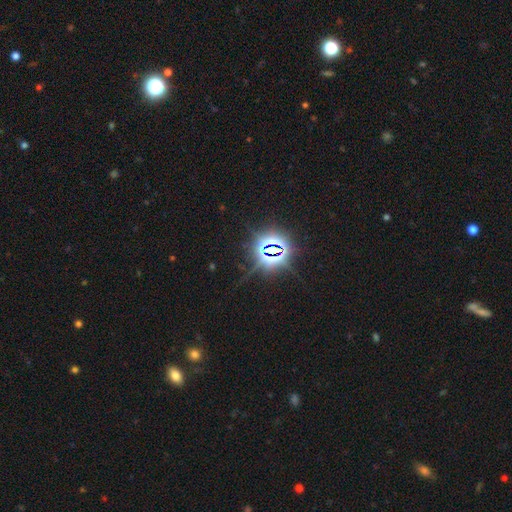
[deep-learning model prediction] This is clearly a star or artifact rather than a galaxy (81%).